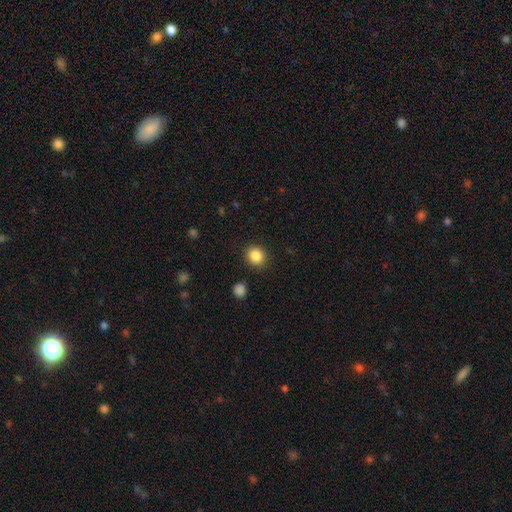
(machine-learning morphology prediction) Smooth or featured? Predicted: smooth (p=0.86). How rounded? Predicted: round (p=0.81). Merging? Predicted: none (p=0.89).